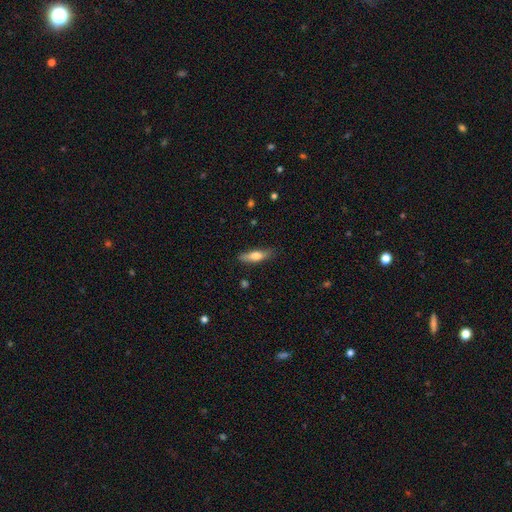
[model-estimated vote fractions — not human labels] smooth_or_featured: smooth (p=0.65) [alt: featured or disk p=0.29]
how_rounded: cigar-shaped (p=0.62) [alt: in between p=0.35]
merging: none (p=0.80) [alt: minor disturbance p=0.15]